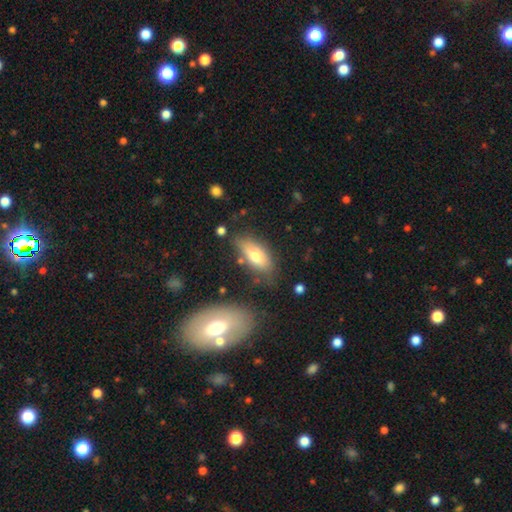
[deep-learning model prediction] Overall: smooth (69%). How rounded: in between (82%). Merging: none (70%).